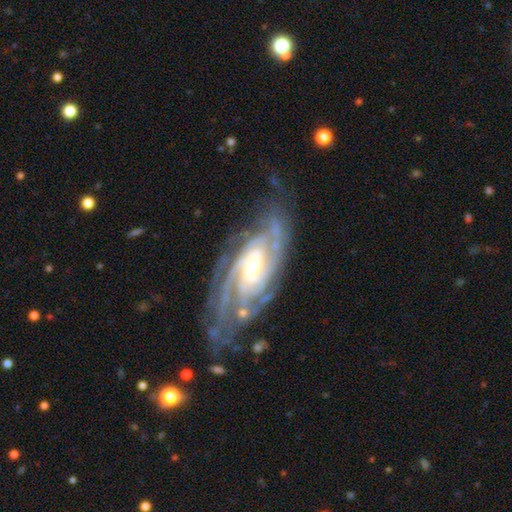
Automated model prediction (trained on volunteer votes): A featured or disk galaxy (91%) with no bar (44%), 3 (25%) tight (64%) spiral arms (98%) and a small central bulge (48%). Merging: none (70%).